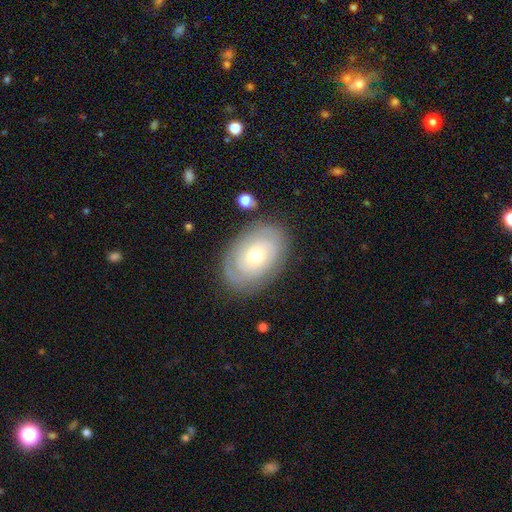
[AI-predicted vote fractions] Smooth or featured? featured or disk (69%)
Edge-on disk? no (95%)
Bar? no (83%)
Spiral arms? yes (80%)
Spiral winding? tight (79%)
Spiral arm count? can't tell (43%)
Bulge size? moderate (49%)
Merging? none (81%)